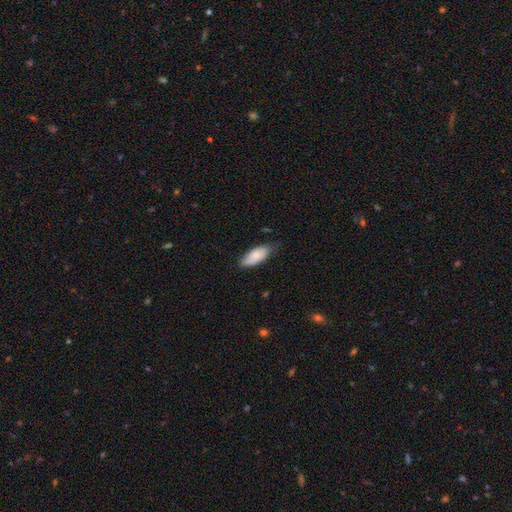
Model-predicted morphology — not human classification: Smooth or featured?
  - smooth: 78% *
  - featured or disk: 16%
  - star or artifact: 6%
How rounded?
  - in between: 85% *
  - cigar-shaped: 13%
  - round: 2%
Merging?
  - none: 63% *
  - minor disturbance: 31%
  - major disturbance: 5%
  - merger: 1%